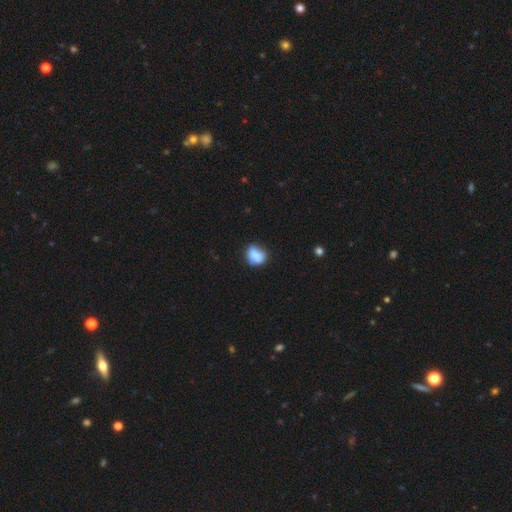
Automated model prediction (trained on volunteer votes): The model was most divided on "how rounded": in between: 51%, round: 46%, cigar-shaped: 3%. More confident: smooth or featured — smooth (75%); merging — none (55%).